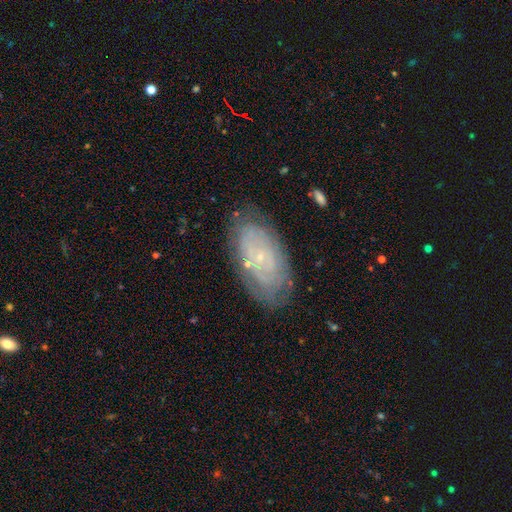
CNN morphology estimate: featured or disk 60%, smooth 26%, star or artifact 14%. Down the decision tree: edge-on disk — no (91%); bar — no (74%); spiral arms — yes (76%); bulge size — small (81%); merging — none (81%).